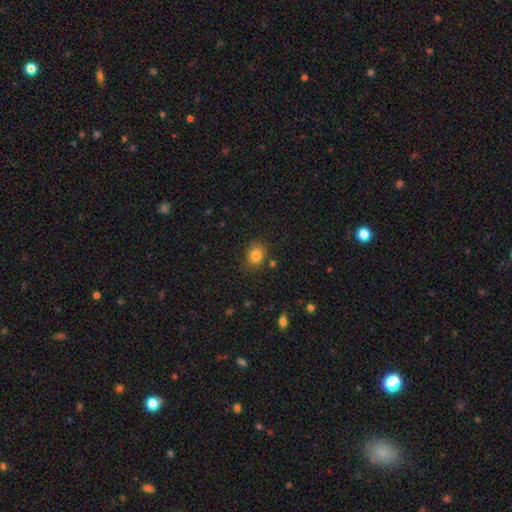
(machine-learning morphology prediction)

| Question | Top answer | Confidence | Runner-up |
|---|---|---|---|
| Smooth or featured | smooth | 83% | star or artifact (11%) |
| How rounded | round | 64% | in between (35%) |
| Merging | none | 78% | minor disturbance (15%) |